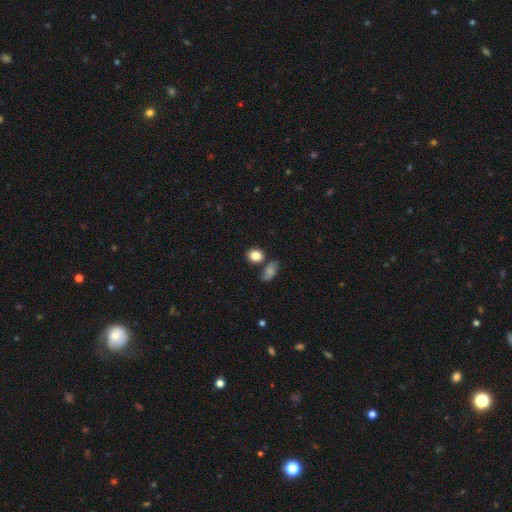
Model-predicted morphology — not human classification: Smooth or featured? smooth (84%)
How rounded? round (59%)
Merging? none (67%)